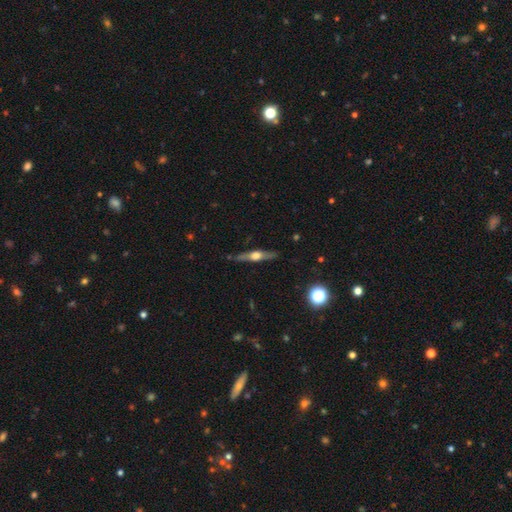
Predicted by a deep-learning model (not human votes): A featured or disk galaxy (68%) viewed edge-on (95%) with a rounded central bulge (93%).

Vote fractions:
- Smooth or featured? featured or disk: 68% / smooth: 25% / star or artifact: 6%
- Edge-on disk? yes: 95% / no: 5%
- Edge-on bulge? rounded: 93% / boxy: 5% / none: 3%
- Merging? none: 86% / minor disturbance: 10% / major disturbance: 2% / merger: 2%